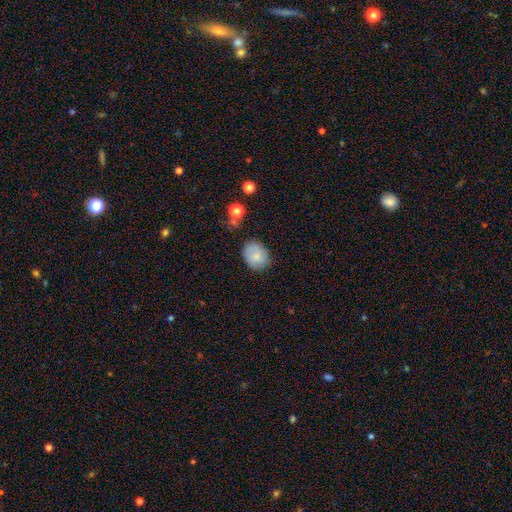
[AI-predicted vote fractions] Smooth or featured? Predicted: smooth (p=0.78). How rounded? Predicted: round (p=0.57). Merging? Predicted: none (p=0.72).